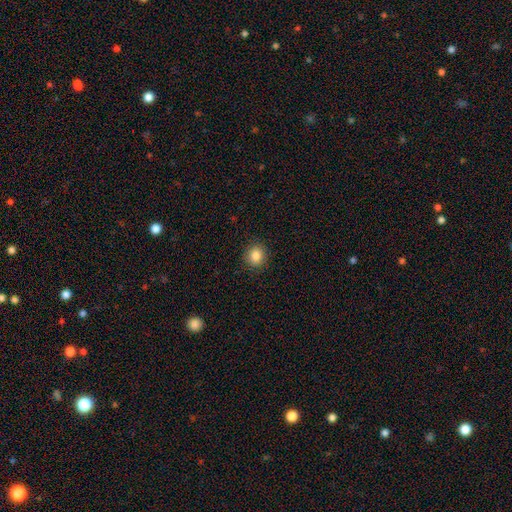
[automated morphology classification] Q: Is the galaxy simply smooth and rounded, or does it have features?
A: smooth — 86%.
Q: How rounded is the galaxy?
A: round — 80%.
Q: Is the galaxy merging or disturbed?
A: none — 90%.